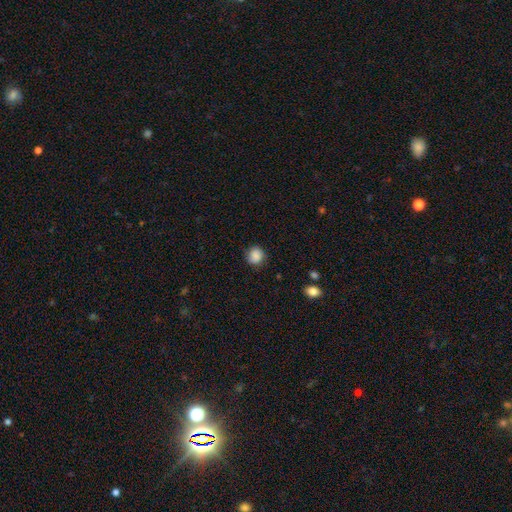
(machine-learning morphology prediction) Q: Smooth or featured?
A: smooth (87%); runner-up: star or artifact (9%)
Q: How rounded?
A: round (83%); runner-up: in between (16%)
Q: Merging?
A: none (84%); runner-up: minor disturbance (12%)